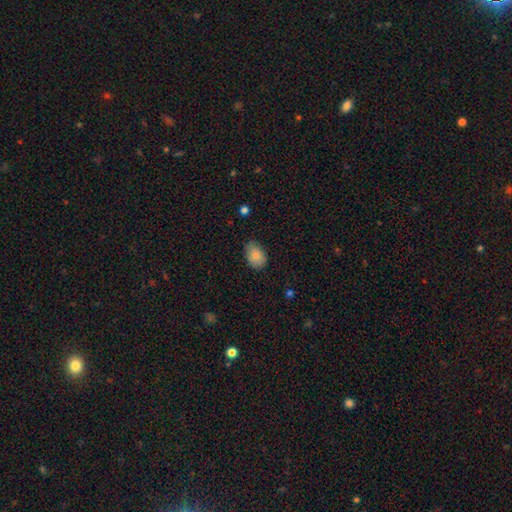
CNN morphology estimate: This is clearly a smooth galaxy (83%). How rounded: clearly in between (84%). Merging: likely none (73%).